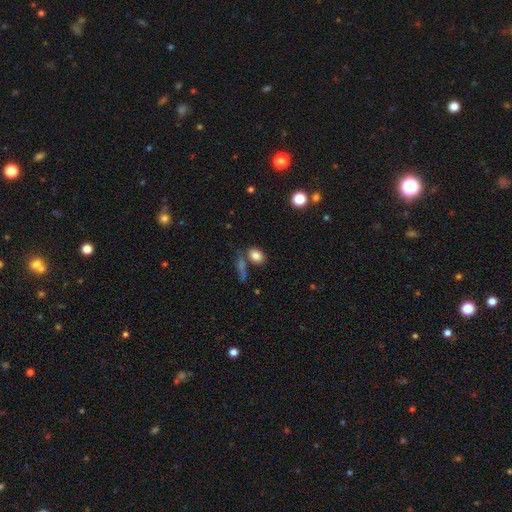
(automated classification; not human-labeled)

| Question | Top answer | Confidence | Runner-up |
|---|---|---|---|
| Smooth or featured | smooth | 83% | star or artifact (10%) |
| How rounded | in between | 76% | round (21%) |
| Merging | none | 67% | merger (15%) |